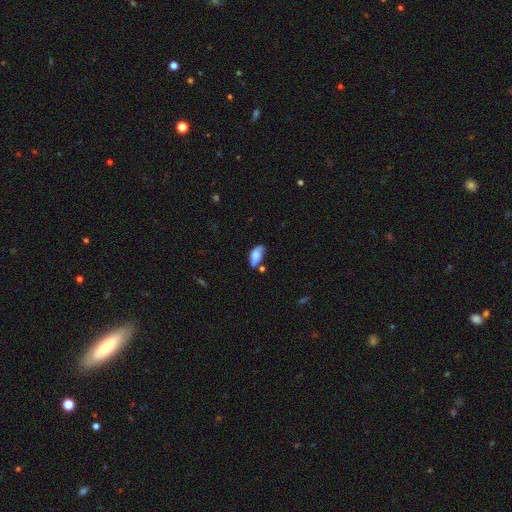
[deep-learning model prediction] smooth_or_featured: smooth (p=0.65) [alt: featured or disk p=0.26]
how_rounded: in between (p=0.91) [alt: cigar-shaped p=0.05]
merging: none (p=0.46) [alt: minor disturbance p=0.30]